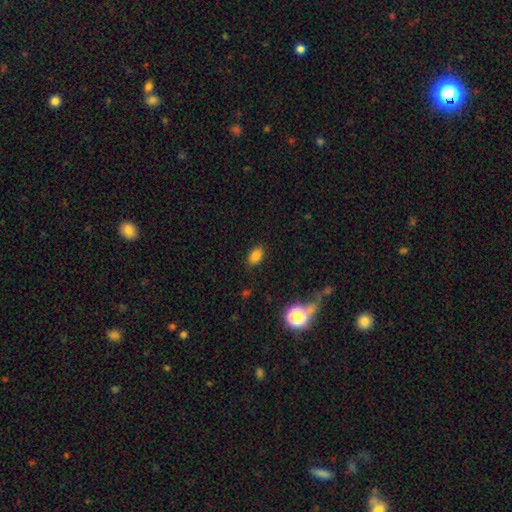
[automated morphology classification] Smooth or featured? Predicted: smooth (p=0.82). How rounded? Predicted: in between (p=0.85). Merging? Predicted: none (p=0.84).